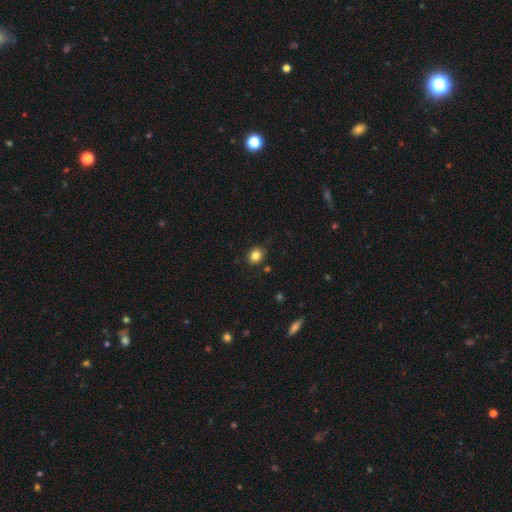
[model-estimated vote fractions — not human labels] smooth 83%, star or artifact 11%, featured or disk 6%. Down the decision tree: how rounded — round (57%); merging — none (85%).